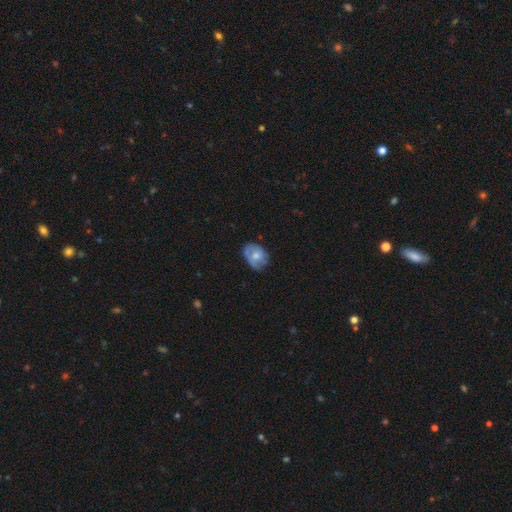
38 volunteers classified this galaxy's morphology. A smooth galaxy with no disk features (47%, tied with featured or disk) that is in between round and cigar-shaped (72%). Merging: none (58%).